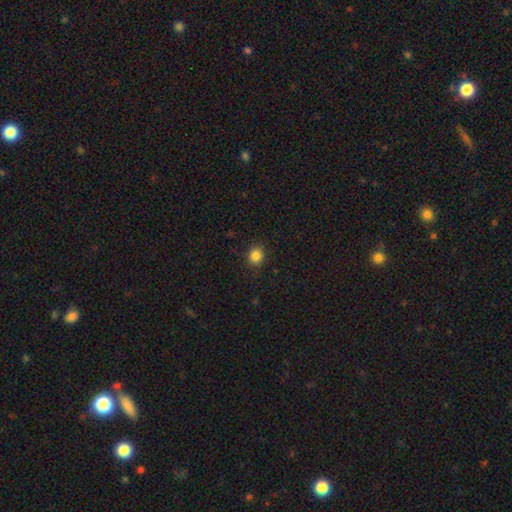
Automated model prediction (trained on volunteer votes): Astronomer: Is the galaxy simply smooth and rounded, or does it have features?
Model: smooth — 84%.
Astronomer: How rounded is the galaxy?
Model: round — 83%.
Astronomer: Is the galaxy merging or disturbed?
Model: none — 89%.